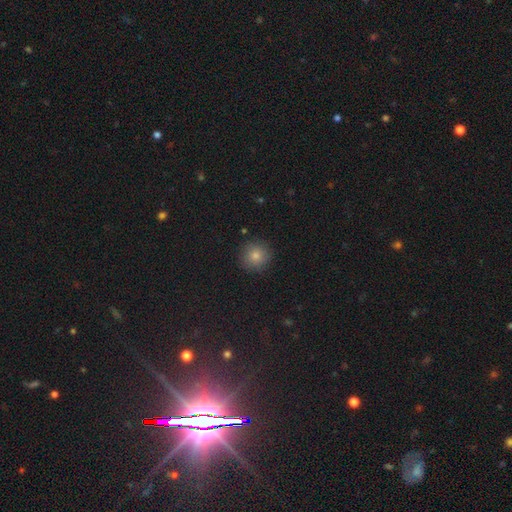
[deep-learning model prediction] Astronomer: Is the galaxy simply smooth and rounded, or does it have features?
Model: smooth — 80%.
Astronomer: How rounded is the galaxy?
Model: round — 93%.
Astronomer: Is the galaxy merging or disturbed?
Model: none — 88%.